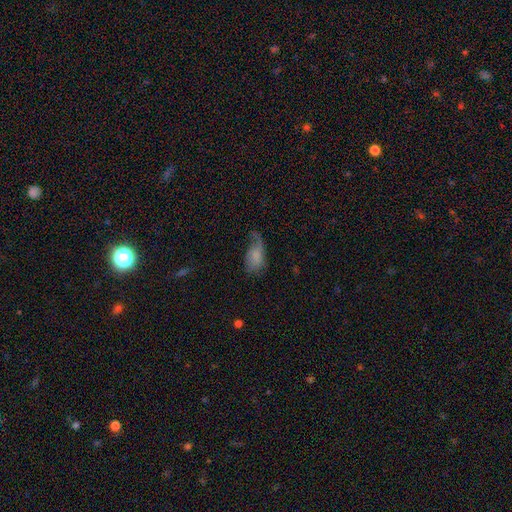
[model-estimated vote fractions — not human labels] This is possibly a smooth galaxy (57%). How rounded: clearly in between (91%). Merging: marginally major disturbance (38%).